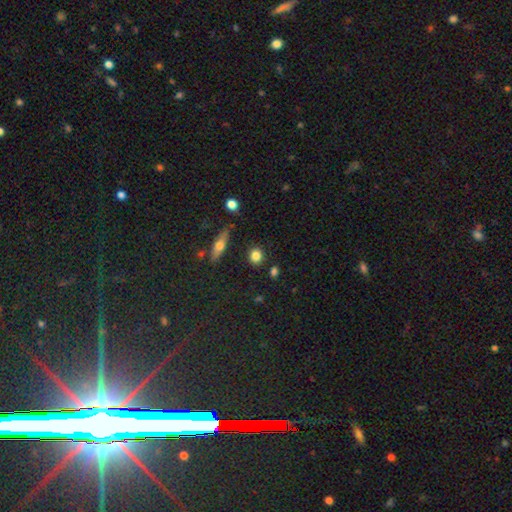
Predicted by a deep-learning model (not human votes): Q: Smooth or featured?
A: smooth (83%); runner-up: star or artifact (9%)
Q: How rounded?
A: round (77%); runner-up: in between (20%)
Q: Merging?
A: none (86%); runner-up: minor disturbance (8%)